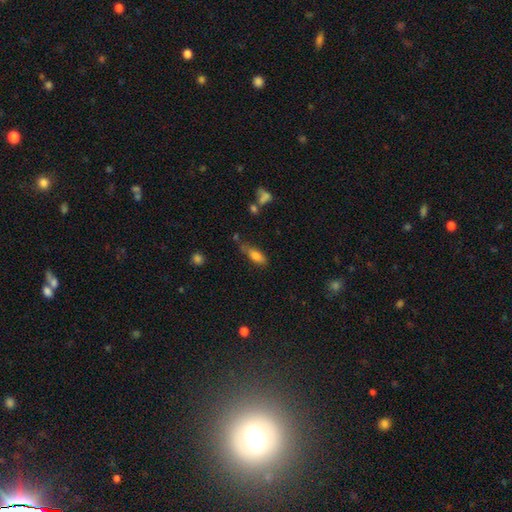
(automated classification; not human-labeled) Smooth or featured?
  - smooth: 78% *
  - featured or disk: 14%
  - star or artifact: 8%
How rounded?
  - in between: 69% *
  - cigar-shaped: 29%
  - round: 3%
Merging?
  - none: 48% *
  - minor disturbance: 33%
  - major disturbance: 11%
  - merger: 8%